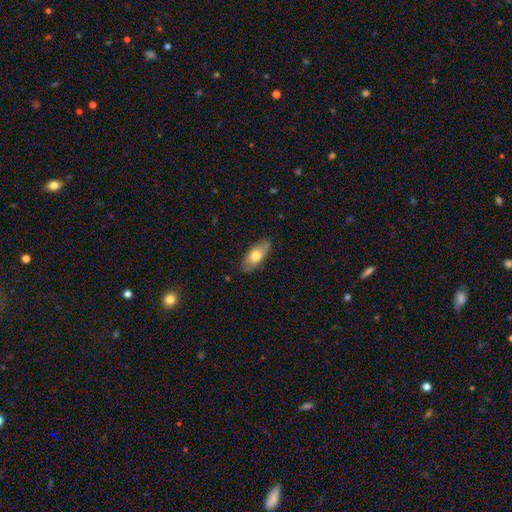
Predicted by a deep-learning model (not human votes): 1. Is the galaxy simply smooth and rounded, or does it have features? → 70% smooth, 24% featured or disk, 6% star or artifact.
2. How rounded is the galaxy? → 82% in between, 16% cigar-shaped, 3% round.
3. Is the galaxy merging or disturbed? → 85% none, 12% minor disturbance, 2% major disturbance, 1% merger.